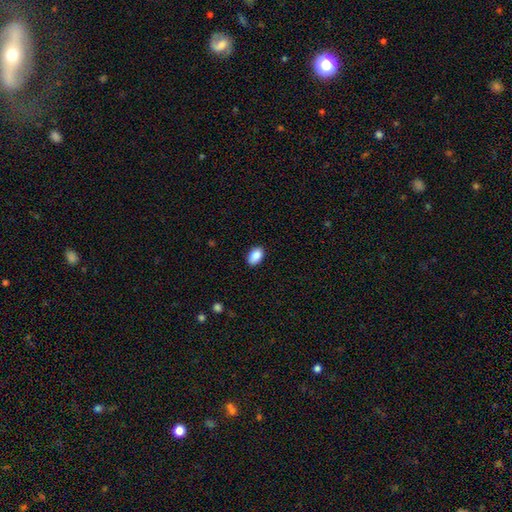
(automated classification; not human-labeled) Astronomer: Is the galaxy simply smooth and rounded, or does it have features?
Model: smooth — 89%.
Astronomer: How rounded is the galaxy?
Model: in between — 90%.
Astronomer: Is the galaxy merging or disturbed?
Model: none — 87%.